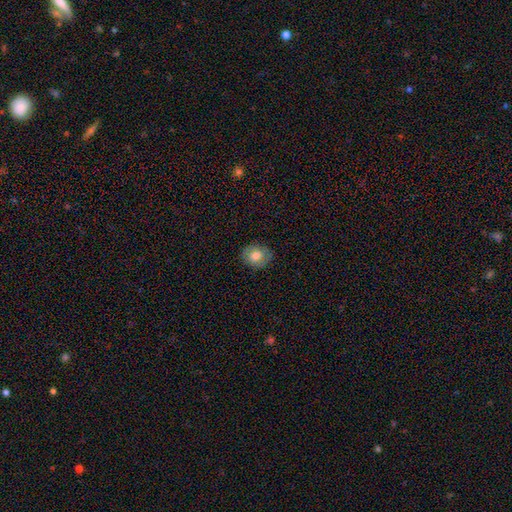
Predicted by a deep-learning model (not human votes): Smooth or featured? smooth (67%)
How rounded? round (58%)
Merging? none (82%)